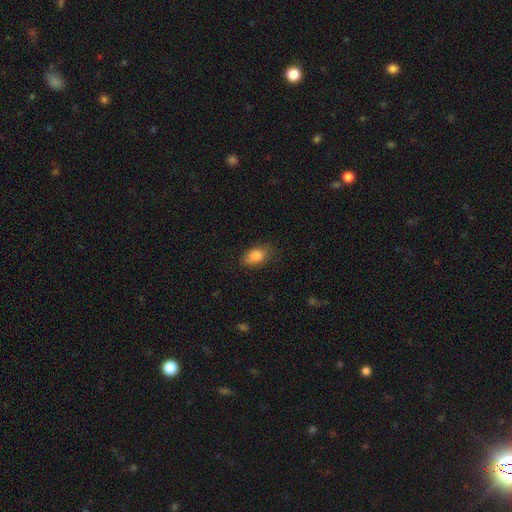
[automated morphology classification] Smooth or featured? smooth (86%)
How rounded? in between (87%)
Merging? none (74%)